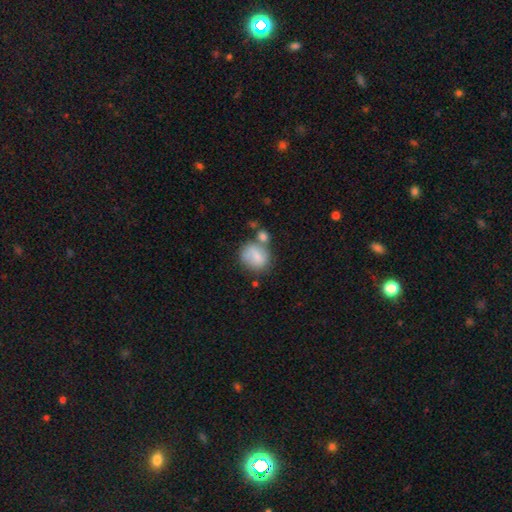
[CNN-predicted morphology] Smooth or featured: smooth — 71% (featured or disk — 21%)
How rounded: round — 58% (in between — 40%)
Merging: none — 41% (merger — 30%)